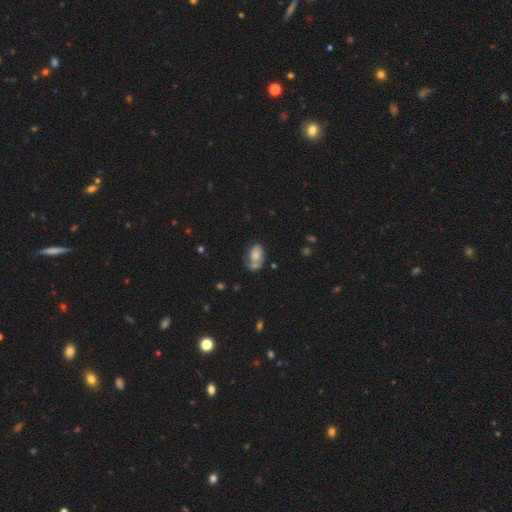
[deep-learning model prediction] Q: Smooth or featured?
A: smooth (65%); runner-up: featured or disk (25%)
Q: How rounded?
A: in between (82%); runner-up: round (16%)
Q: Merging?
A: merger (39%); runner-up: none (31%)